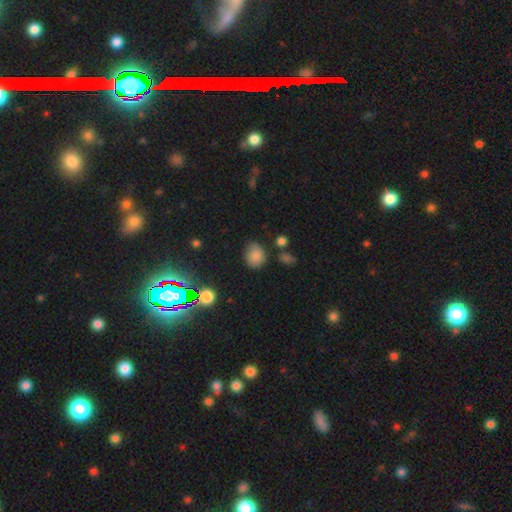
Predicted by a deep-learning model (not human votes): The model was most divided on "how rounded": in between: 50%, round: 49%, cigar-shaped: 1%. More confident: smooth or featured — smooth (79%); merging — none (63%).